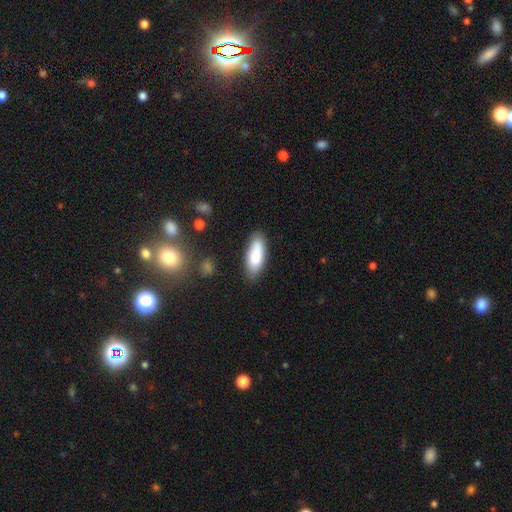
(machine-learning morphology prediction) This is clearly a smooth galaxy (81%). How rounded: likely in between (72%). Merging: clearly none (81%).